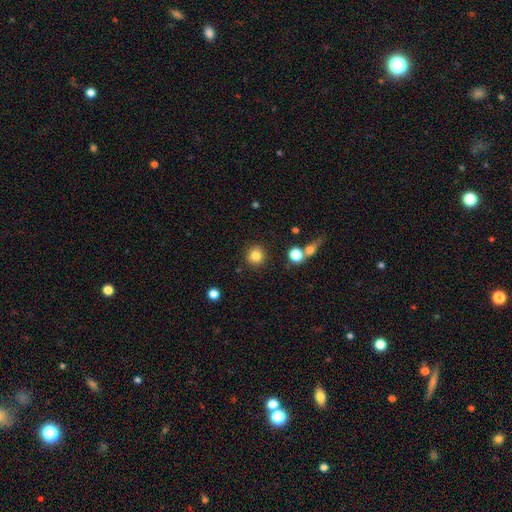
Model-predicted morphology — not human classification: Smooth or featured: smooth — 82% (star or artifact — 11%)
How rounded: round — 92% (in between — 7%)
Merging: none — 88% (minor disturbance — 6%)